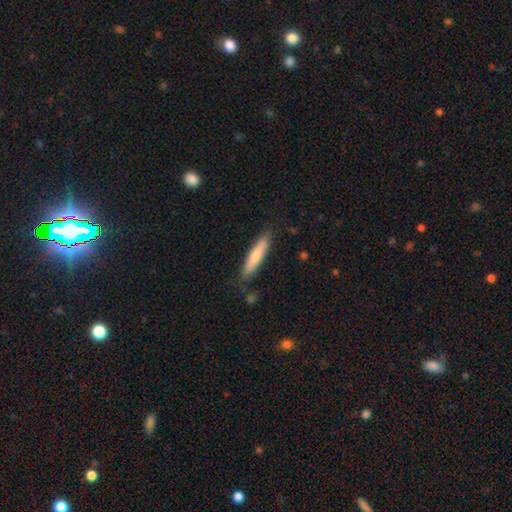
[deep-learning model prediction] Smooth or featured? Predicted: smooth (p=0.74). How rounded? Predicted: cigar-shaped (p=0.88). Merging? Predicted: none (p=0.85).